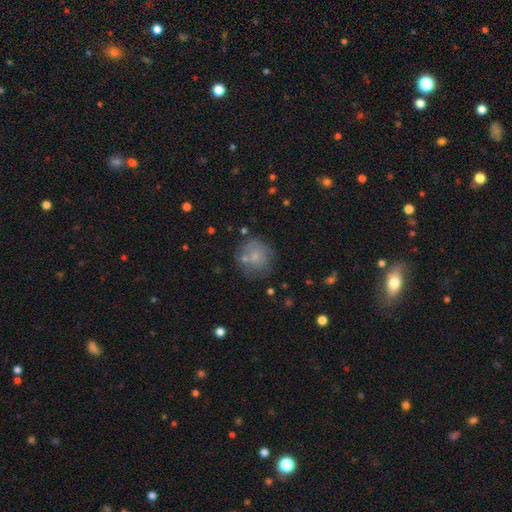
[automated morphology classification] This is possibly a smooth galaxy (54%). How rounded: clearly round (86%). Merging: possibly none (58%).